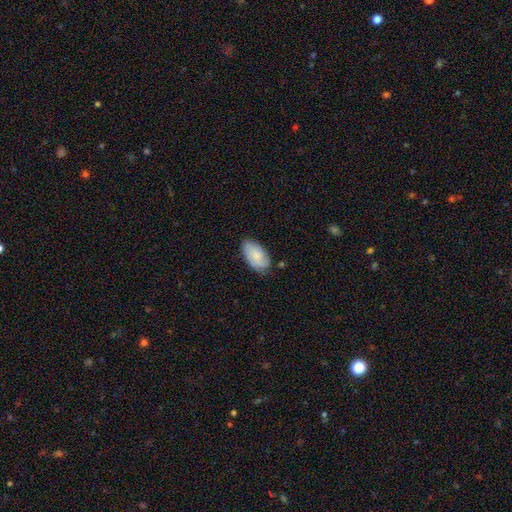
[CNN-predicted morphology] This is likely a smooth galaxy (74%). How rounded: clearly in between (94%). Merging: likely none (75%).